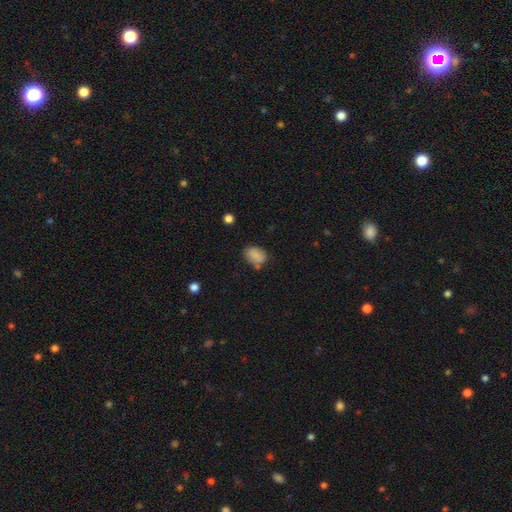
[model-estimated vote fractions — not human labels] Overall: smooth (84%). How rounded: in between (74%). Merging: none (67%).